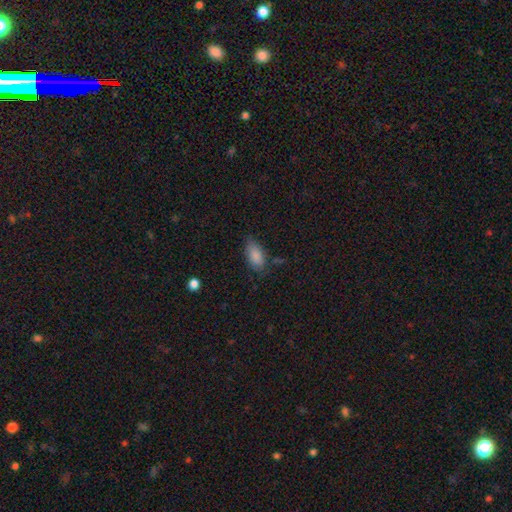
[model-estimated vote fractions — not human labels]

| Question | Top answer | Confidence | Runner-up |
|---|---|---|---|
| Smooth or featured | smooth | 86% | star or artifact (7%) |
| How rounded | in between | 92% | cigar-shaped (5%) |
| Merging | none | 71% | minor disturbance (22%) |